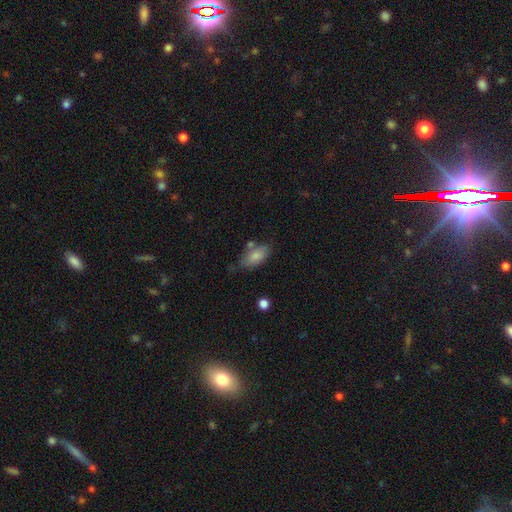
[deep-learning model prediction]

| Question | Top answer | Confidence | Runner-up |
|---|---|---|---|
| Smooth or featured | smooth | 82% | featured or disk (11%) |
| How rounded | in between | 91% | cigar-shaped (5%) |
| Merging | none | 62% | minor disturbance (22%) |